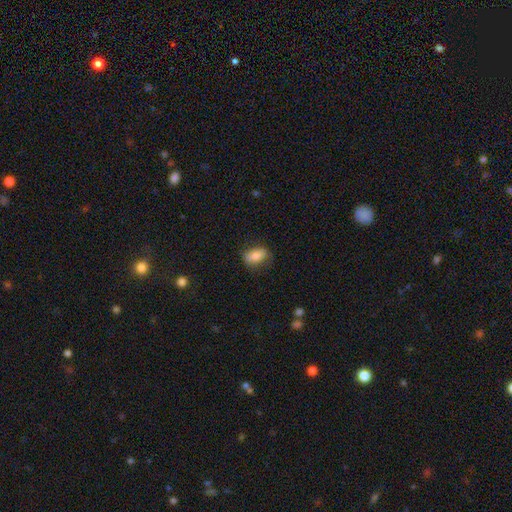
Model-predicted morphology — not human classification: The model was most divided on "merging": none: 74%, minor disturbance: 20%, major disturbance: 5%, merger: 1%. More confident: how rounded — in between (87%); smooth or featured — smooth (78%).